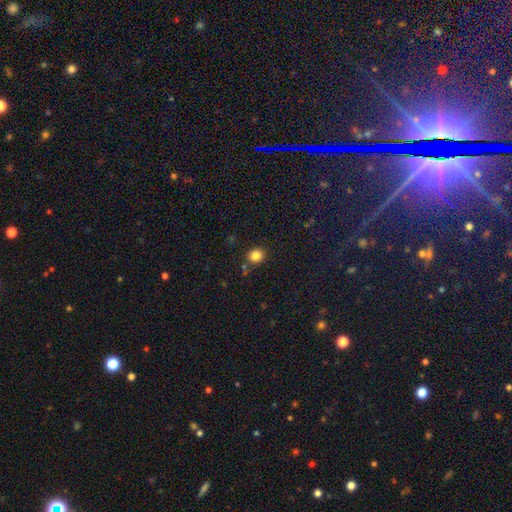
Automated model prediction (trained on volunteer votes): A smooth galaxy with no disk features (83%) that is round (72%). Merging: none (84%).